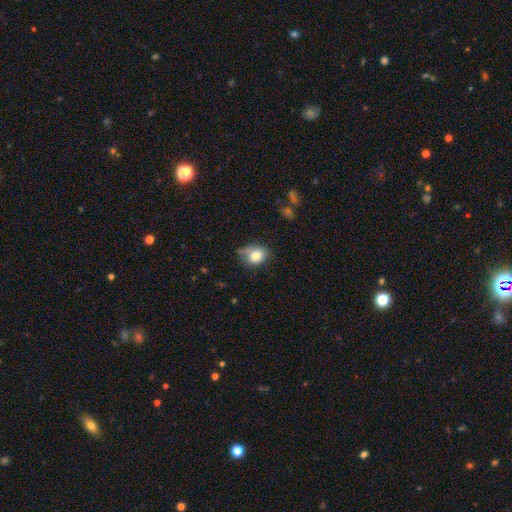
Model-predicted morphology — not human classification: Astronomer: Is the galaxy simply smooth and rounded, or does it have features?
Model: smooth — 80%.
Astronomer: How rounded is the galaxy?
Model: in between — 50% (runner-up: round, 49%).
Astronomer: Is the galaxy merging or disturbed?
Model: none — 53% (runner-up: minor disturbance, 32%).